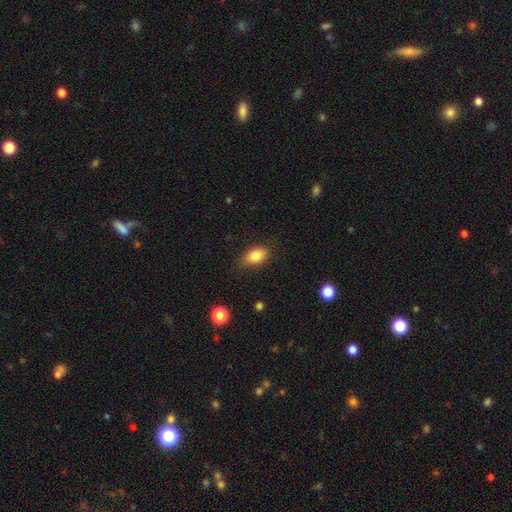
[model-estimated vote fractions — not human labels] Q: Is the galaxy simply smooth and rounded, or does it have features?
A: smooth — 84%.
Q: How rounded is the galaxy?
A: in between — 84%.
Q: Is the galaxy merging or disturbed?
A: none — 70%.